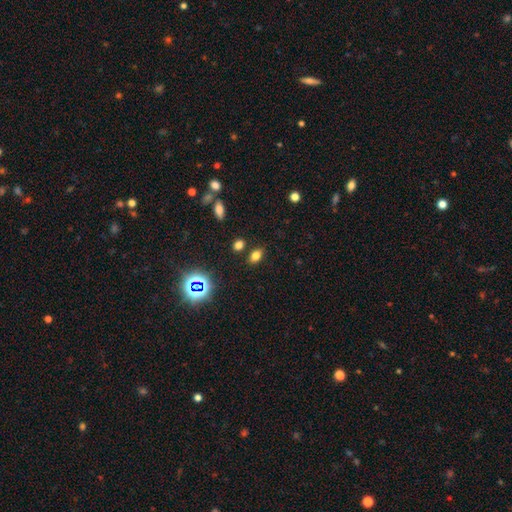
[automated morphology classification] A smooth galaxy with no disk features (72%) that is in between round and cigar-shaped (83%). Merging: none (81%).